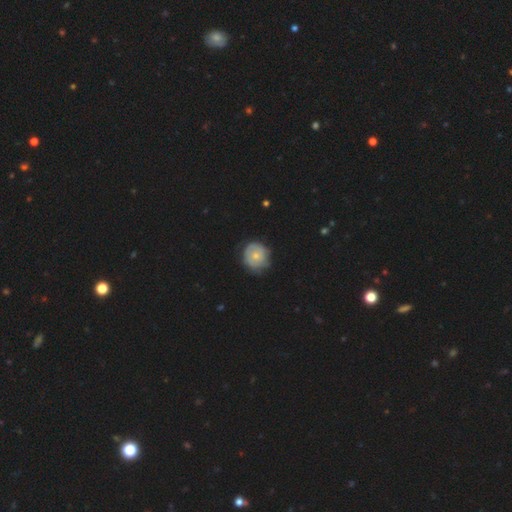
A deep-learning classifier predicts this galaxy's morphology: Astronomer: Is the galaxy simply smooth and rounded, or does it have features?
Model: smooth — 56% (runner-up: featured or disk, 37%).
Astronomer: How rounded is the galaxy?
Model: round — 84%.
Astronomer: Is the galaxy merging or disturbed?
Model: none — 68%.